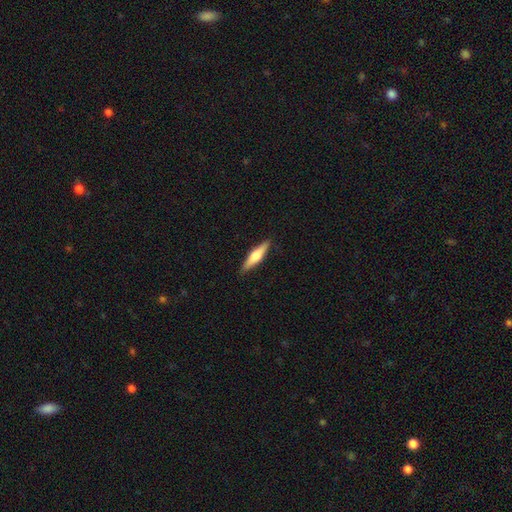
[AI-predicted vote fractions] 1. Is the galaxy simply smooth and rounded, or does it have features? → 50% featured or disk, 45% smooth, 5% star or artifact.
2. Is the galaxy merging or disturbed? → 90% none, 8% minor disturbance, 2% major disturbance, 1% merger.